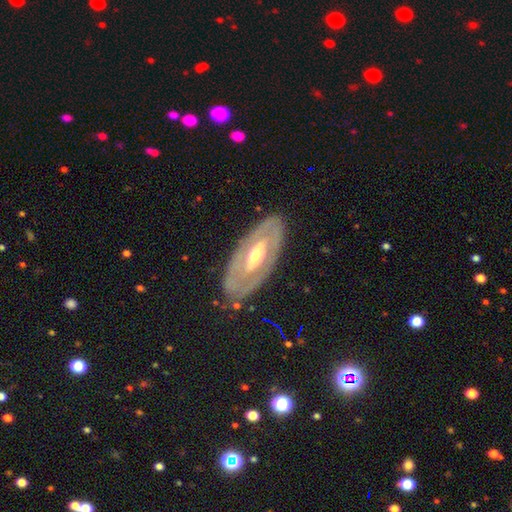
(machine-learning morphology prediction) Q: Smooth or featured?
A: featured or disk (75%); runner-up: smooth (20%)
Q: Edge-on disk?
A: no (87%); runner-up: yes (13%)
Q: Bar?
A: no (42%); runner-up: weak (31%)
Q: Spiral arms?
A: no (56%); runner-up: yes (44%)
Q: Bulge size?
A: moderate (62%); runner-up: small (30%)
Q: Merging?
A: none (82%); runner-up: minor disturbance (12%)